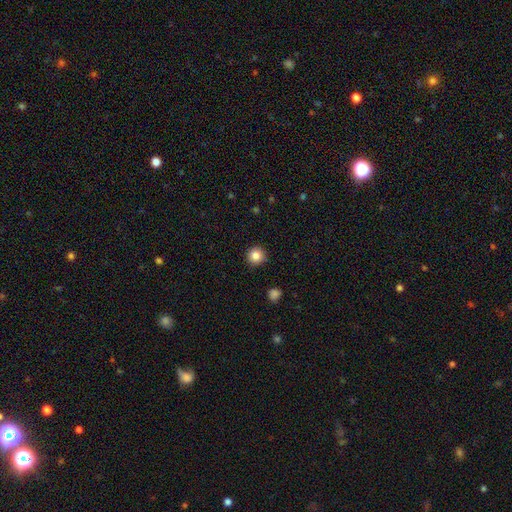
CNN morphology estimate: Smooth or featured: smooth — 85% (star or artifact — 10%)
How rounded: round — 95% (in between — 4%)
Merging: none — 92% (minor disturbance — 6%)